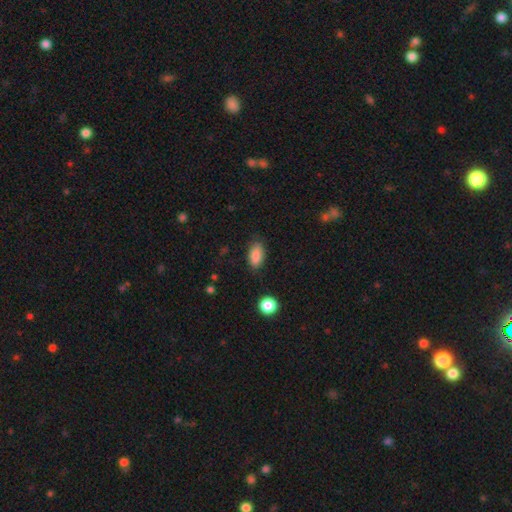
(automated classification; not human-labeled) Smooth or featured? Predicted: smooth (p=0.87). How rounded? Predicted: in between (p=0.91). Merging? Predicted: none (p=0.81).